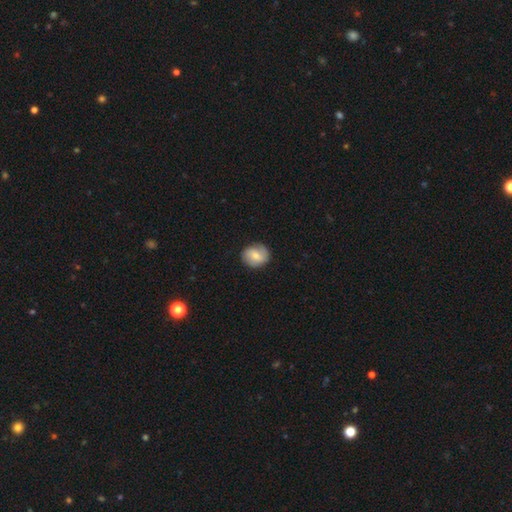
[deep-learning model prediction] Q: Smooth or featured?
A: smooth (59%); runner-up: featured or disk (34%)
Q: How rounded?
A: round (75%); runner-up: in between (24%)
Q: Merging?
A: none (84%); runner-up: minor disturbance (12%)